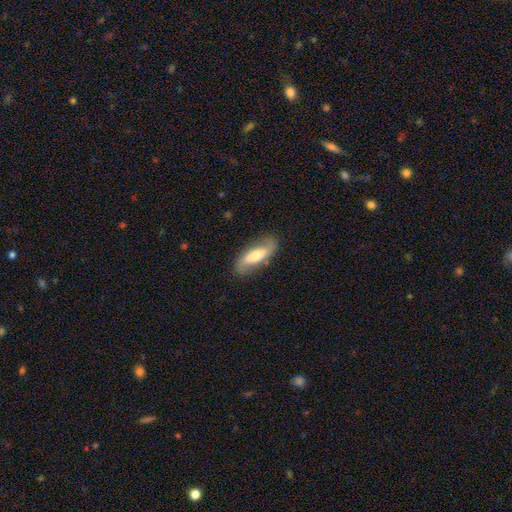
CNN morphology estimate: type=featured or disk (53%); edge-on=no (81%); merging=none (79%).